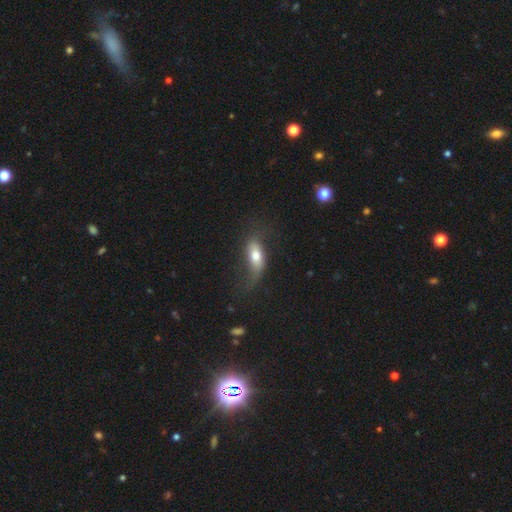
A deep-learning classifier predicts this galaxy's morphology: Smooth or featured: smooth — 57% (featured or disk — 36%)
How rounded: in between — 75% (cigar-shaped — 19%)
Merging: none — 45% (minor disturbance — 27%)